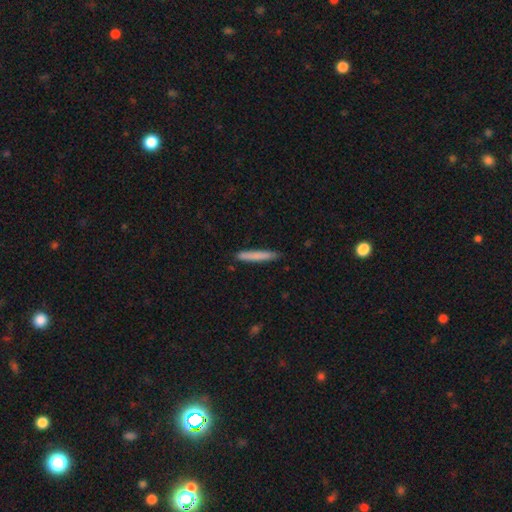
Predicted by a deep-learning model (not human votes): The model was most divided on "smooth or featured": smooth: 79%, featured or disk: 16%, star or artifact: 6%. More confident: how rounded — cigar-shaped (95%); merging — none (87%).